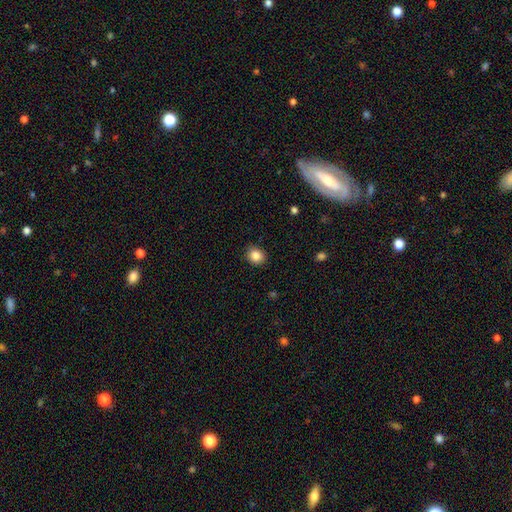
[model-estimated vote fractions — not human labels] Smooth or featured: smooth — 85% (star or artifact — 10%)
How rounded: round — 65% (in between — 34%)
Merging: none — 89% (minor disturbance — 8%)